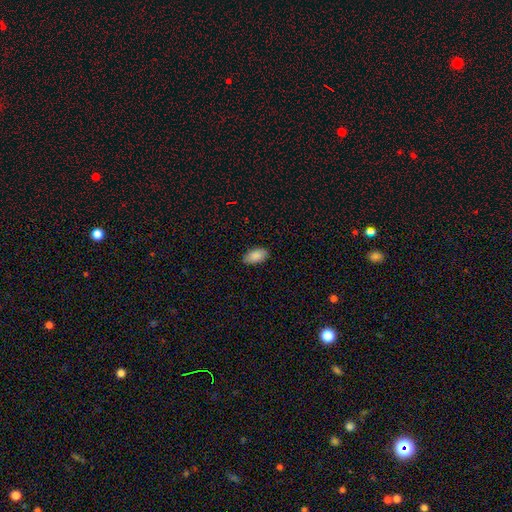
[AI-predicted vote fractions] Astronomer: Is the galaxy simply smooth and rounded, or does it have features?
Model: smooth — 88%.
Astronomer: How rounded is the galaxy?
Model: in between — 94%.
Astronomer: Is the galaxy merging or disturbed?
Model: none — 84%.